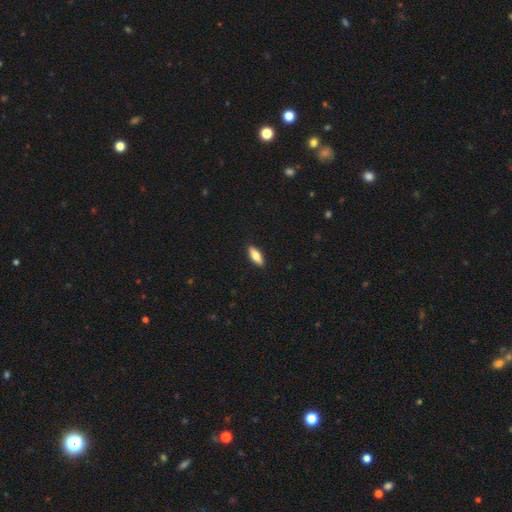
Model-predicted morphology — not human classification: smooth_or_featured: smooth (p=0.76) [alt: featured or disk p=0.18]
how_rounded: in between (p=0.71) [alt: cigar-shaped p=0.27]
merging: none (p=0.90) [alt: minor disturbance p=0.07]